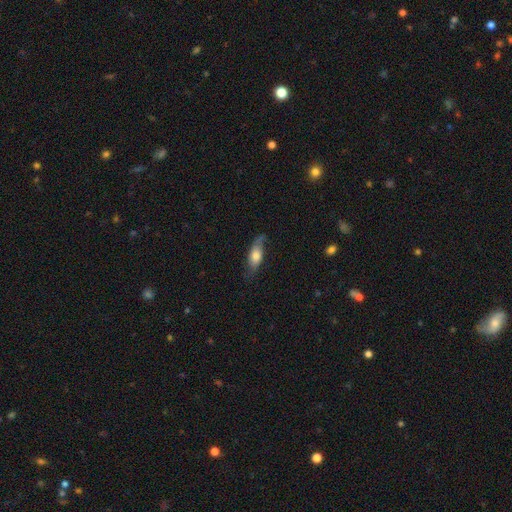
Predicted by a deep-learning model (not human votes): Q: Smooth or featured?
A: smooth (56%); runner-up: featured or disk (38%)
Q: How rounded?
A: in between (73%); runner-up: cigar-shaped (24%)
Q: Merging?
A: none (60%); runner-up: minor disturbance (27%)